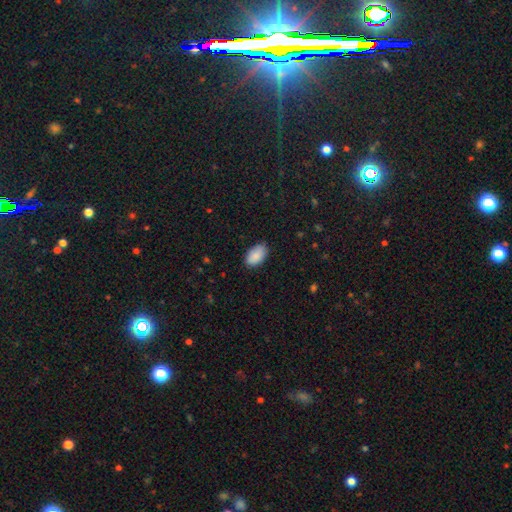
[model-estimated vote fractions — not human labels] A smooth galaxy with no disk features (89%) that is in between round and cigar-shaped (94%).

Vote fractions:
- Smooth or featured? smooth: 89% / star or artifact: 6% / featured or disk: 4%
- How rounded? in between: 94% / round: 4% / cigar-shaped: 1%
- Merging? none: 83% / minor disturbance: 14% / major disturbance: 2% / merger: 1%